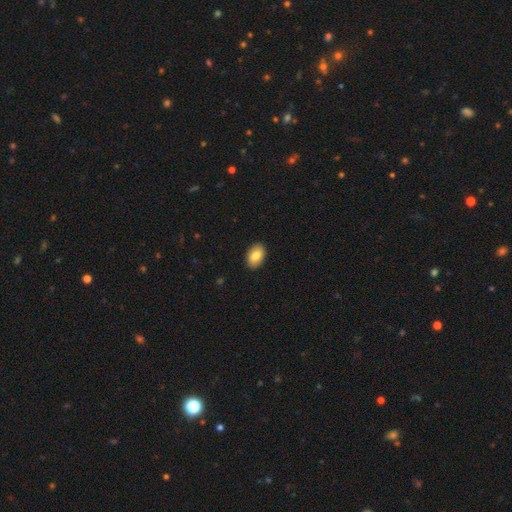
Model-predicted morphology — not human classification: This is clearly a smooth galaxy (81%). How rounded: clearly in between (90%). Merging: clearly none (90%).